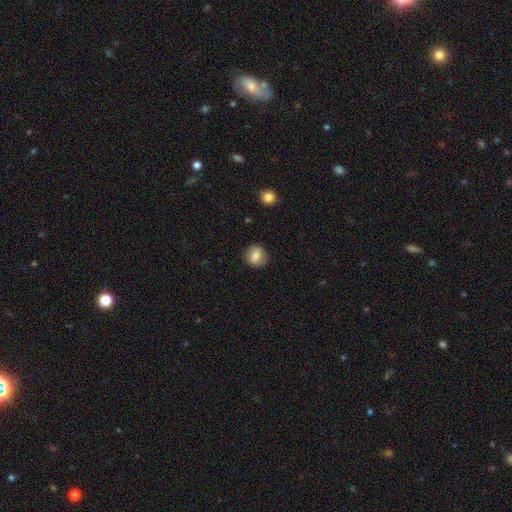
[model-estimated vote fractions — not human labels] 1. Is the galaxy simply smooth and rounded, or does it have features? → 77% smooth, 14% featured or disk, 9% star or artifact.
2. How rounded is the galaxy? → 84% round, 15% in between, 1% cigar-shaped.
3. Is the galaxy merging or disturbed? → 86% none, 10% minor disturbance, 3% major disturbance, 1% merger.